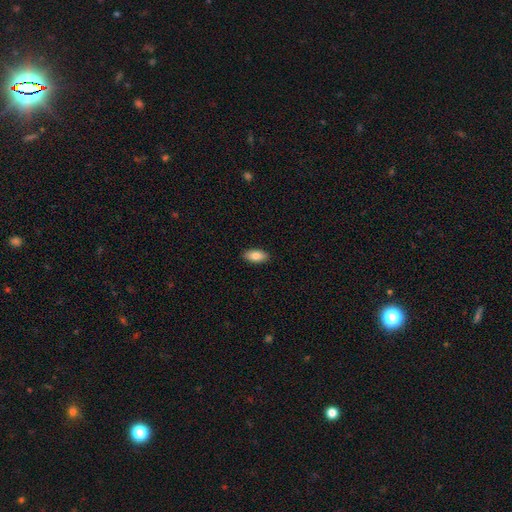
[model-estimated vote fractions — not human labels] A smooth galaxy with no disk features (84%) that is in between round and cigar-shaped (92%).

Vote fractions:
- Smooth or featured? smooth: 84% / featured or disk: 10% / star or artifact: 7%
- How rounded? in between: 92% / cigar-shaped: 5% / round: 3%
- Merging? none: 90% / minor disturbance: 7% / major disturbance: 2% / merger: 1%